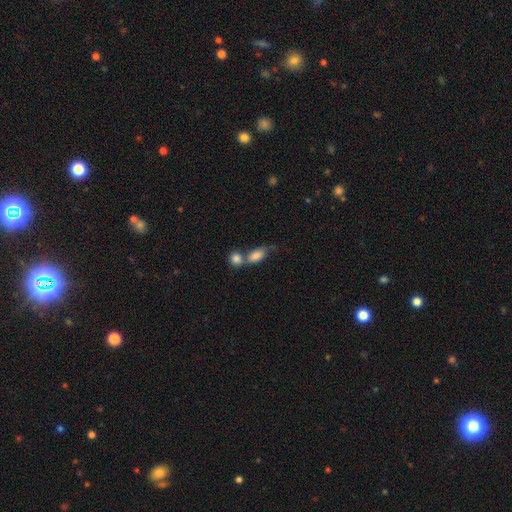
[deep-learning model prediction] smooth-or-featured: smooth: 79% | featured or disk: 12% | star or artifact: 8%
  how-rounded: in between: 78% | round: 17% | cigar-shaped: 5%
  merging: merger: 59% | none: 24% | minor disturbance: 10% | major disturbance: 7%